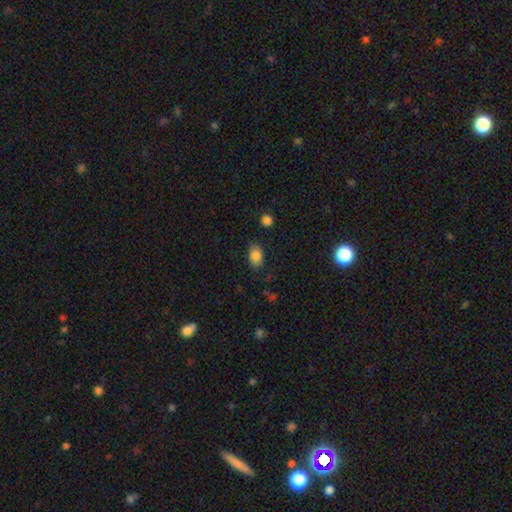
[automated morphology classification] A smooth galaxy with no disk features (85%) that is in between round and cigar-shaped (85%).

Vote fractions:
- Smooth or featured? smooth: 85% / star or artifact: 9% / featured or disk: 6%
- How rounded? in between: 85% / round: 14% / cigar-shaped: 1%
- Merging? none: 81% / minor disturbance: 14% / major disturbance: 3% / merger: 2%